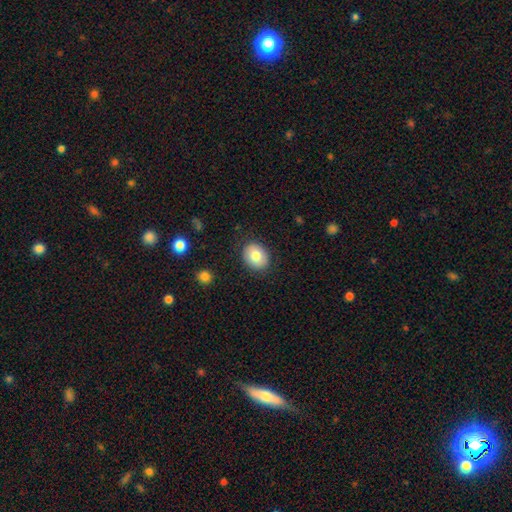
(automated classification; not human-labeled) This is likely a smooth galaxy (78%). How rounded: possibly round (56%). Merging: clearly none (87%).